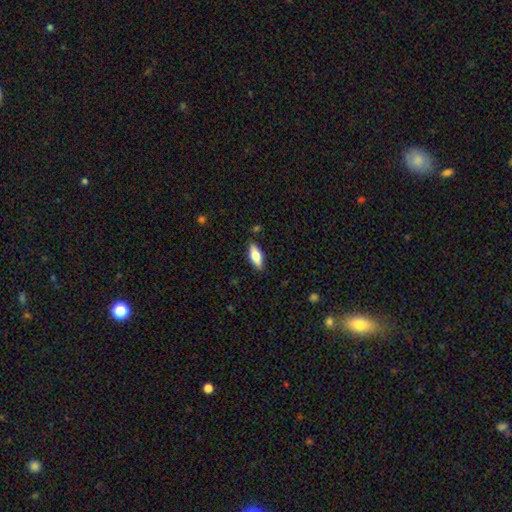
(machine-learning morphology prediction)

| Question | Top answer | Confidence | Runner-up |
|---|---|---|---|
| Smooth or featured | smooth | 70% | featured or disk (24%) |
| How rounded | in between | 73% | cigar-shaped (25%) |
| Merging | none | 86% | minor disturbance (11%) |